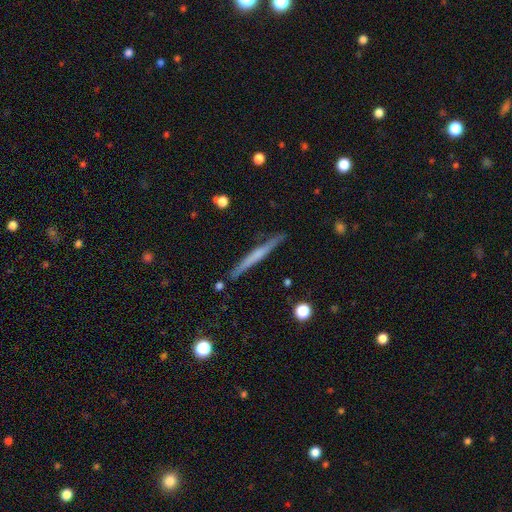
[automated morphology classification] smooth_or_featured: featured or disk (p=0.54) [alt: smooth p=0.40]
disk_edge_on: yes (p=0.97) [alt: no p=0.03]
edge_on_bulge: none (p=0.69) [alt: rounded p=0.21]
merging: none (p=0.88) [alt: minor disturbance p=0.08]